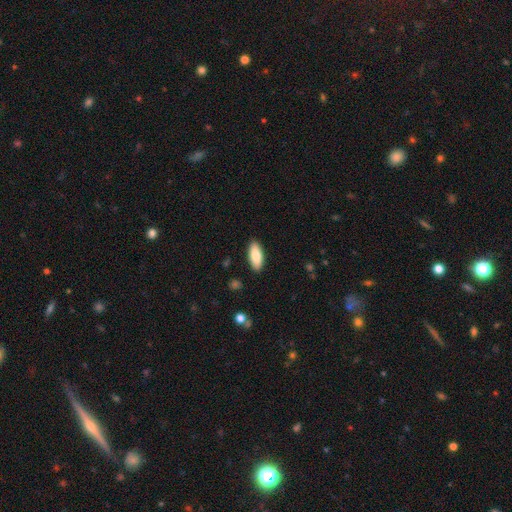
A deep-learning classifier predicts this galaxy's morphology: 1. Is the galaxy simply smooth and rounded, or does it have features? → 85% smooth, 10% featured or disk, 6% star or artifact.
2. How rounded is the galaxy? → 77% in between, 21% cigar-shaped, 2% round.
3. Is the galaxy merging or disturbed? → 89% none, 8% minor disturbance, 2% major disturbance, 1% merger.